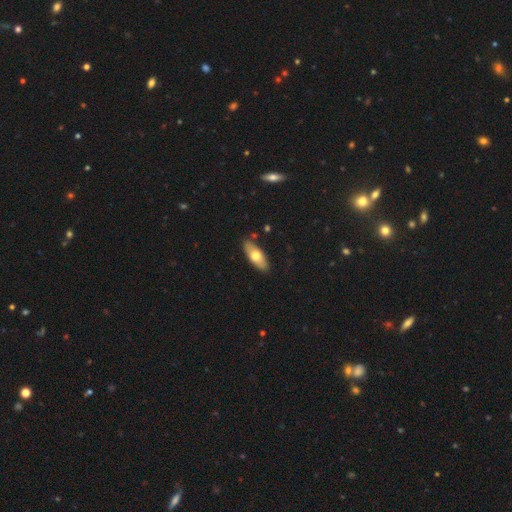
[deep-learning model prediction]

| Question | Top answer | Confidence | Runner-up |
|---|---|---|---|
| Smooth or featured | smooth | 65% | featured or disk (29%) |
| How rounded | in between | 78% | cigar-shaped (20%) |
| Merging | none | 84% | minor disturbance (12%) |